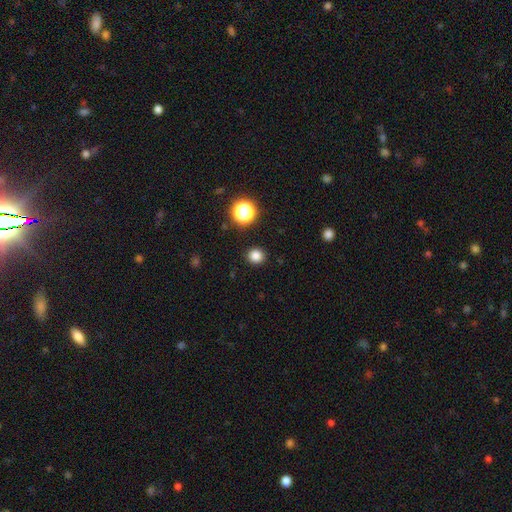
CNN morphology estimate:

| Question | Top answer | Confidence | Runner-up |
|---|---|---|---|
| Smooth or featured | smooth | 82% | star or artifact (14%) |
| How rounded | round | 90% | in between (9%) |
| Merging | none | 91% | minor disturbance (6%) |